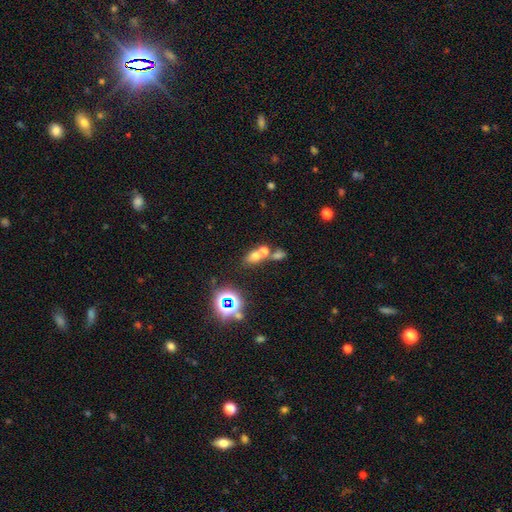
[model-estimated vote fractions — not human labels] smooth-or-featured: smooth: 59% | star or artifact: 25% | featured or disk: 16%
  how-rounded: in between: 57% | round: 38% | cigar-shaped: 4%
  merging: merger: 51% | none: 36% | minor disturbance: 8% | major disturbance: 5%